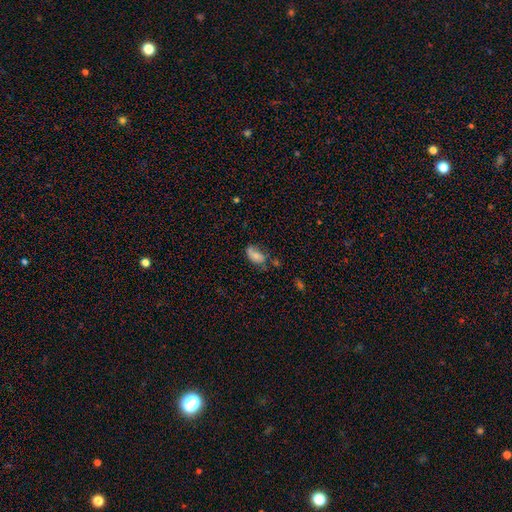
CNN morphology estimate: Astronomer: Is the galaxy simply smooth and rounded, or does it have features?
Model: smooth — 67%.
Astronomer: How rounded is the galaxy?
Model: in between — 90%.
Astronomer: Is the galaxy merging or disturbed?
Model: none — 48% (runner-up: minor disturbance, 31%).